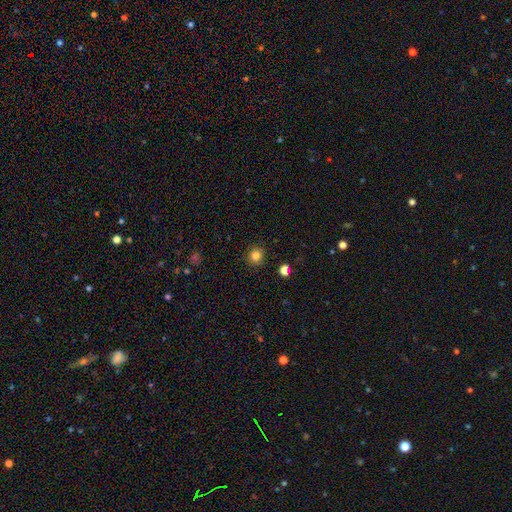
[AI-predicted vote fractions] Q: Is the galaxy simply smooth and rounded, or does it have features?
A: smooth — 82%.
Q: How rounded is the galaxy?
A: round — 90%.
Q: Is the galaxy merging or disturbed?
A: none — 91%.